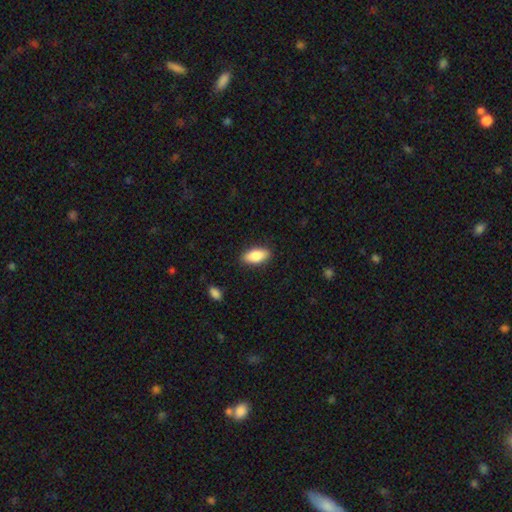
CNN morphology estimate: Smooth or featured? Predicted: smooth (p=0.84). How rounded? Predicted: in between (p=0.88). Merging? Predicted: none (p=0.87).